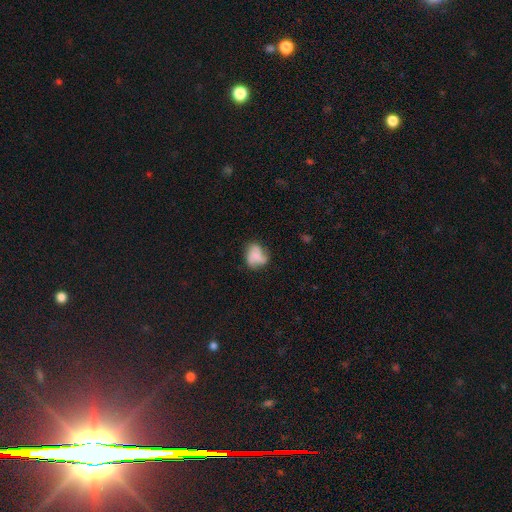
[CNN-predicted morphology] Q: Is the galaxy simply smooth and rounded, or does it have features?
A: smooth — 49%.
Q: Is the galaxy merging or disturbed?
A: none — 57%.